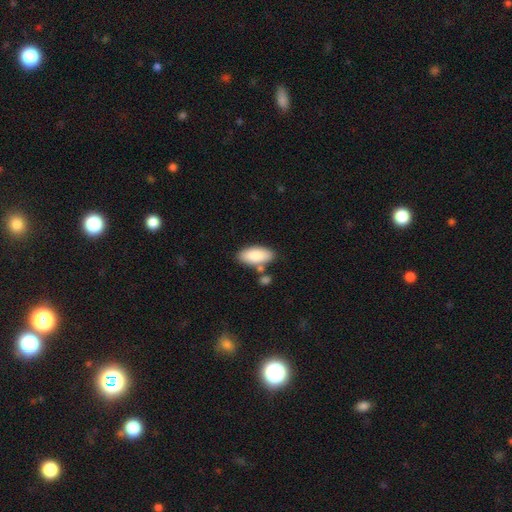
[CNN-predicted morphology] type=smooth (86%); roundness=in between (91%); merging=none (71%).